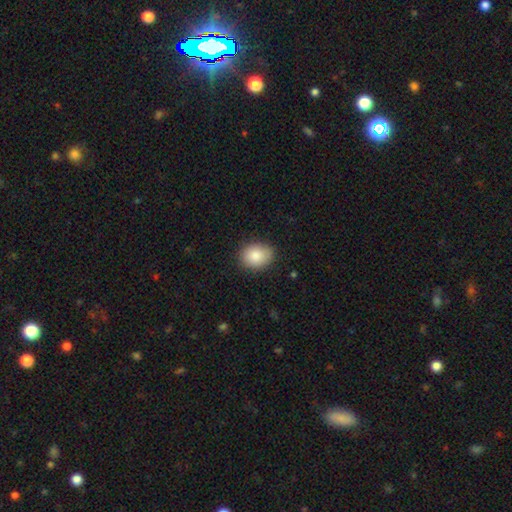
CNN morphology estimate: This appears to be a smooth galaxy with no disk features (87%) that is in between round and cigar-shaped (59%). Merging: none (84%).